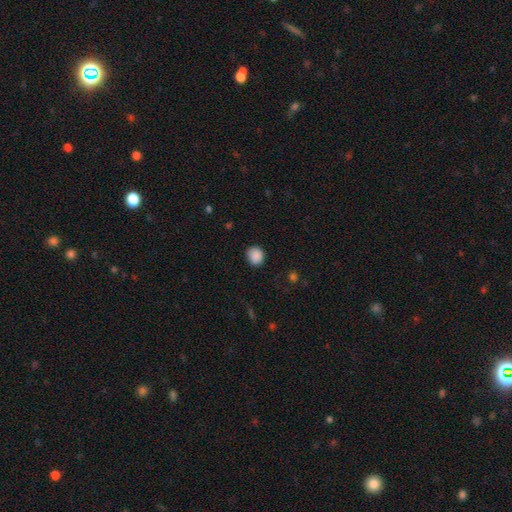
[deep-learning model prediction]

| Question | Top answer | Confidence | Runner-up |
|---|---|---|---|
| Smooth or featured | smooth | 89% | star or artifact (8%) |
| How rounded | round | 77% | in between (22%) |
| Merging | none | 87% | minor disturbance (9%) |